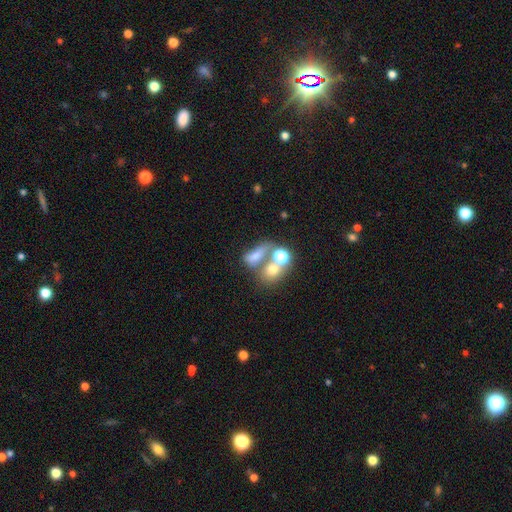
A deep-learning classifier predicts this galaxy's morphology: A smooth galaxy with no disk features (61%) that is in between round and cigar-shaped (60%). Merging: merger (46%).